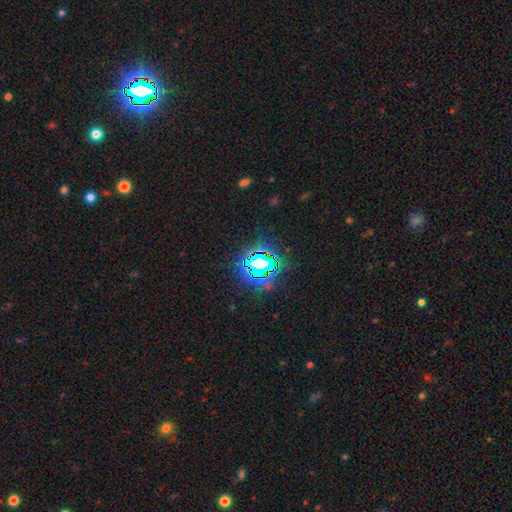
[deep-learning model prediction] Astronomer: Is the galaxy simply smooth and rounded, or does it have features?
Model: star or artifact — 77%.